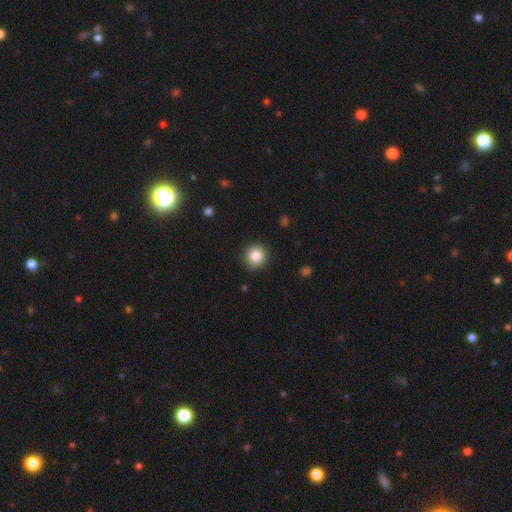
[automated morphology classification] A smooth galaxy with no disk features (85%) that is round (92%).

Vote fractions:
- Smooth or featured? smooth: 85% / star or artifact: 10% / featured or disk: 5%
- How rounded? round: 92% / in between: 7% / cigar-shaped: 1%
- Merging? none: 91% / minor disturbance: 6% / major disturbance: 2% / merger: 1%